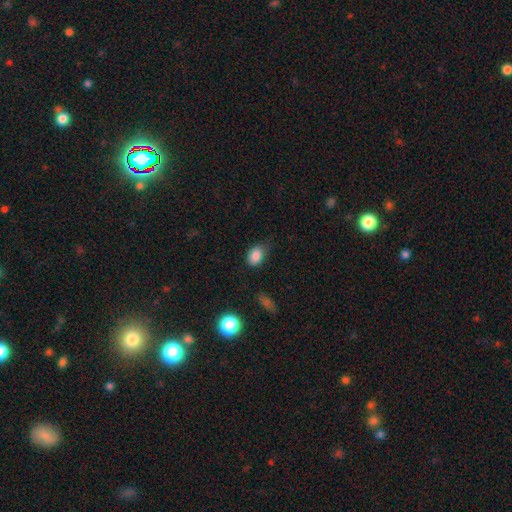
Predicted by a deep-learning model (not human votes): Smooth or featured?
  - smooth: 85% *
  - star or artifact: 10%
  - featured or disk: 5%
How rounded?
  - in between: 76% *
  - round: 23%
  - cigar-shaped: 1%
Merging?
  - none: 60% *
  - minor disturbance: 31%
  - major disturbance: 7%
  - merger: 2%